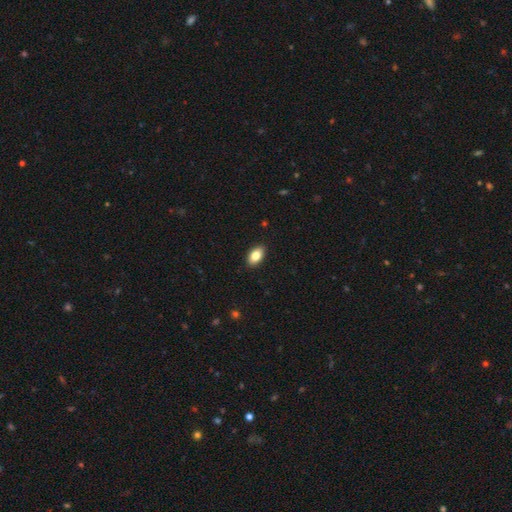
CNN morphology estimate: This appears to be a smooth galaxy with no disk features (83%) that is in between round and cigar-shaped (92%). Merging: none (90%).